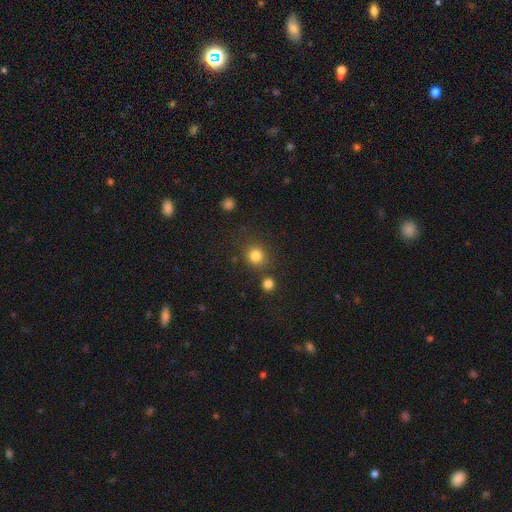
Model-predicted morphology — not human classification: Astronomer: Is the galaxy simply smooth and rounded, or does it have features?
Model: smooth — 82%.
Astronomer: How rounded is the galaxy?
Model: round — 89%.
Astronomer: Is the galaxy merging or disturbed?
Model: none — 79%.